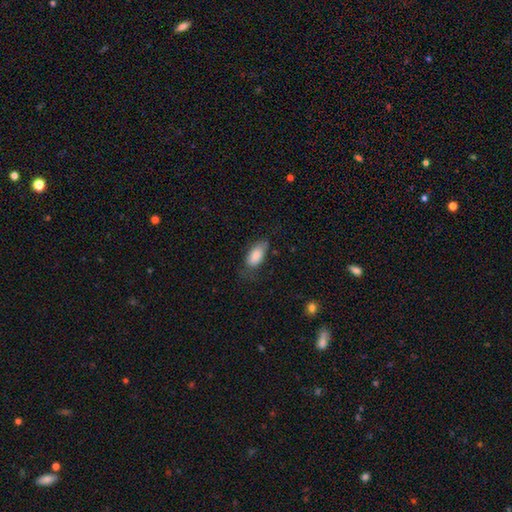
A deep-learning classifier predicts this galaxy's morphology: This is clearly a smooth galaxy (84%). How rounded: clearly in between (89%). Merging: possibly none (55%).